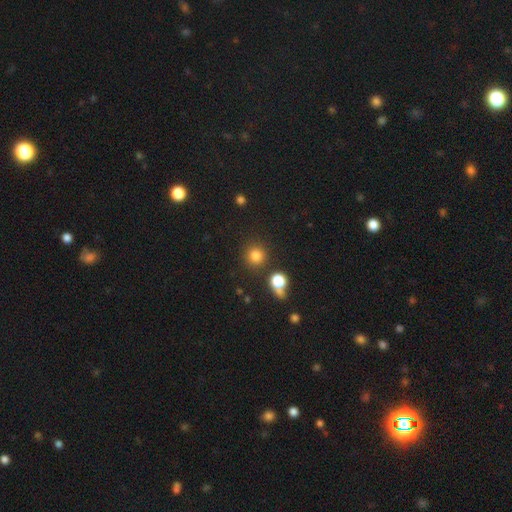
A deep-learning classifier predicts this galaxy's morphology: Smooth or featured?
  - smooth: 80% *
  - star or artifact: 14%
  - featured or disk: 6%
How rounded?
  - round: 92% *
  - in between: 7%
  - cigar-shaped: 1%
Merging?
  - none: 81% *
  - minor disturbance: 8%
  - merger: 7%
  - major disturbance: 4%